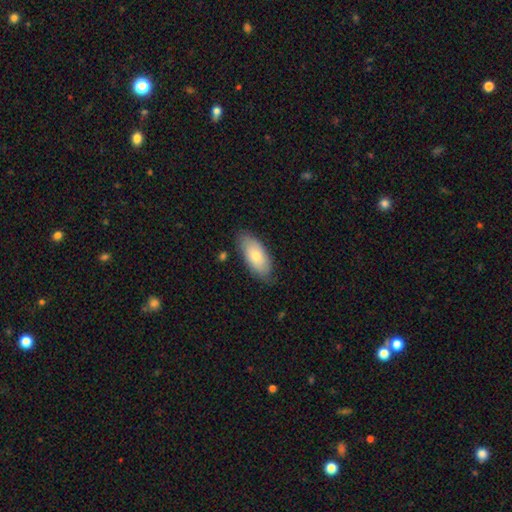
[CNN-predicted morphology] smooth-or-featured: smooth: 71% | featured or disk: 23% | star or artifact: 6%
  how-rounded: in between: 89% | cigar-shaped: 8% | round: 2%
  merging: none: 77% | minor disturbance: 18% | major disturbance: 3% | merger: 2%